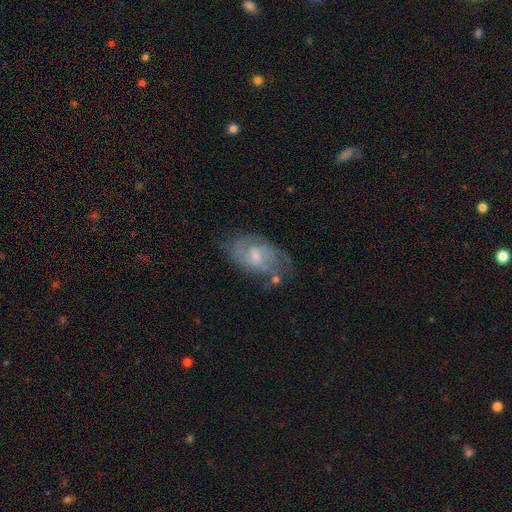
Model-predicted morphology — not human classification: Smooth or featured: featured or disk — 76% (smooth — 16%)
Edge-on disk: no — 96% (yes — 4%)
Bar: weak — 59% (no — 29%)
Spiral arms: yes — 89% (no — 11%)
Spiral winding: medium — 47% (tight — 34%)
Spiral arm count: 2 — 52% (can't tell — 26%)
Bulge size: moderate — 44% (small — 43%)
Merging: none — 59% (minor disturbance — 23%)